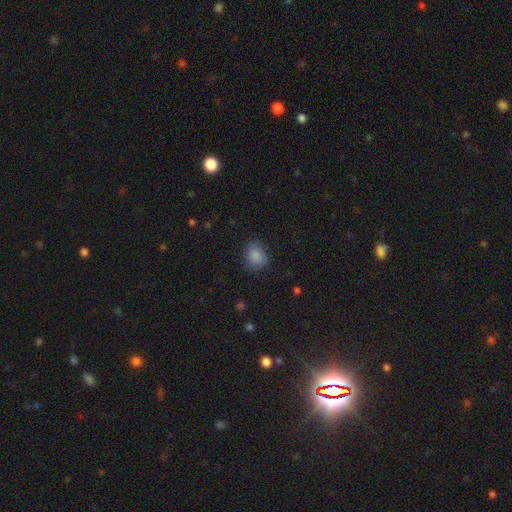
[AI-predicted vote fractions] smooth_or_featured: smooth (p=0.85) [alt: star or artifact p=0.10]
how_rounded: in between (p=0.58) [alt: round p=0.41]
merging: none (p=0.68) [alt: minor disturbance p=0.24]